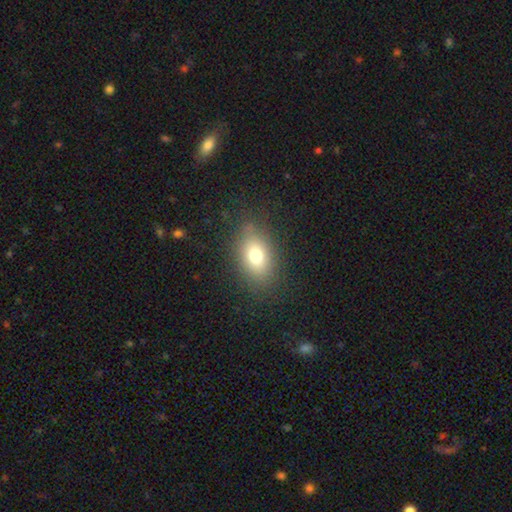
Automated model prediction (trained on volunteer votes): smooth 73%, featured or disk 15%, star or artifact 12%. Down the decision tree: how rounded — in between (79%); merging — none (80%).